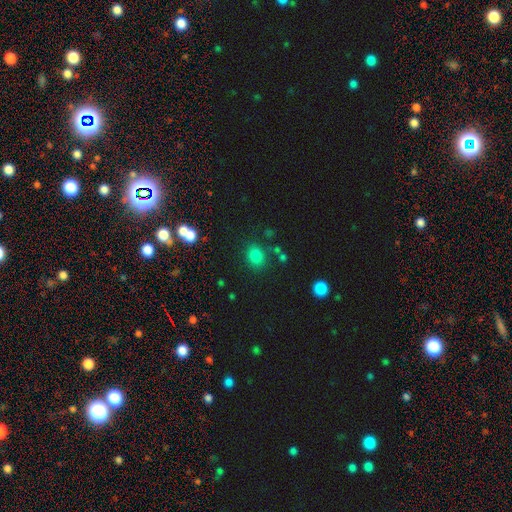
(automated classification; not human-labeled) A smooth galaxy with no disk features (79%) that is round (56%).

Vote fractions:
- Smooth or featured? smooth: 79% / star or artifact: 15% / featured or disk: 6%
- How rounded? round: 56% / in between: 43% / cigar-shaped: 1%
- Merging? none: 79% / minor disturbance: 11% / merger: 6% / major disturbance: 4%